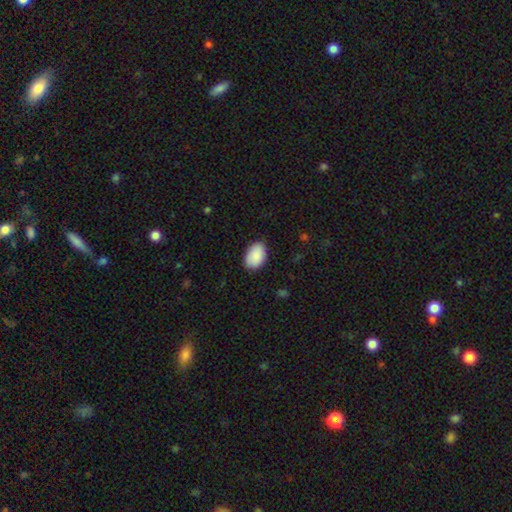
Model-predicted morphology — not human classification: Smooth or featured? smooth (90%)
How rounded? in between (89%)
Merging? none (83%)